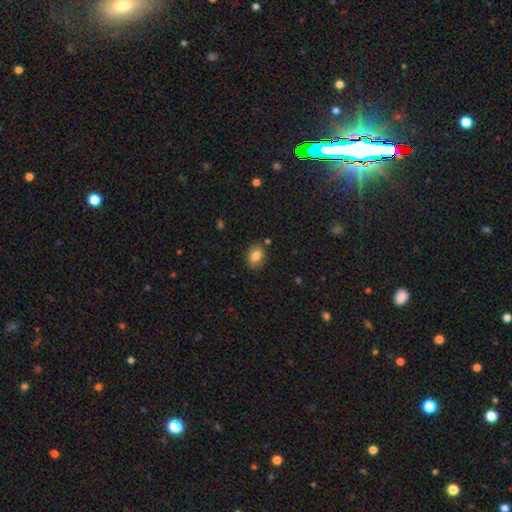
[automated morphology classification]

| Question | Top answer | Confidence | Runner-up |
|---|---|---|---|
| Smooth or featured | smooth | 83% | star or artifact (9%) |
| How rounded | in between | 62% | round (37%) |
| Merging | none | 83% | minor disturbance (12%) |